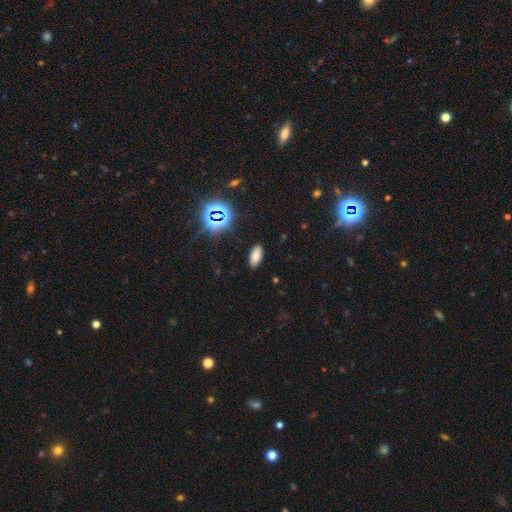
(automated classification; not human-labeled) Overall: smooth (74%). How rounded: in between (89%). Merging: none (88%).